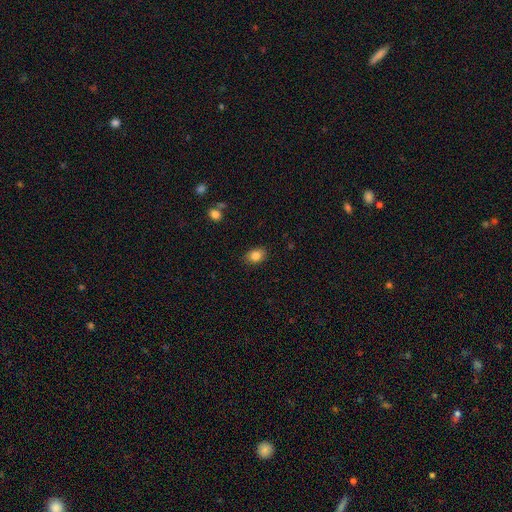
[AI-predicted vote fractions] Overall: smooth (84%). How rounded: in between (69%; round 30%). Merging: none (86%).